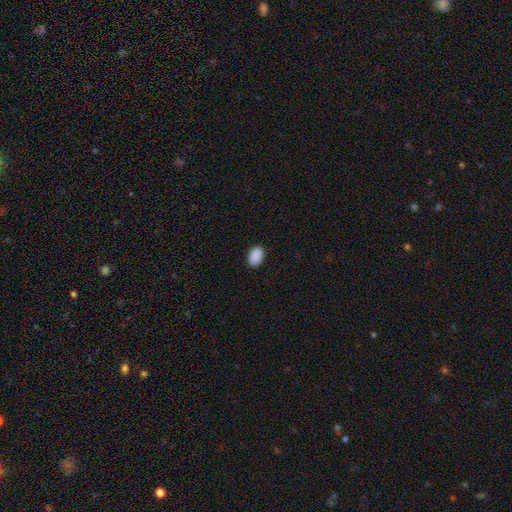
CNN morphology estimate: Smooth or featured? Predicted: smooth (p=0.91). How rounded? Predicted: in between (p=0.88). Merging? Predicted: none (p=0.90).